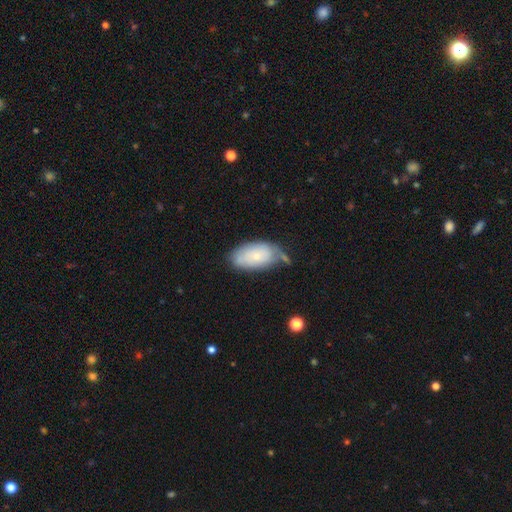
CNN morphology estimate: A smooth galaxy with no disk features (69%) that is in between round and cigar-shaped (94%).

Vote fractions:
- Smooth or featured? smooth: 69% / featured or disk: 24% / star or artifact: 7%
- How rounded? in between: 94% / round: 3% / cigar-shaped: 3%
- Merging? none: 52% / minor disturbance: 31% / merger: 9% / major disturbance: 8%